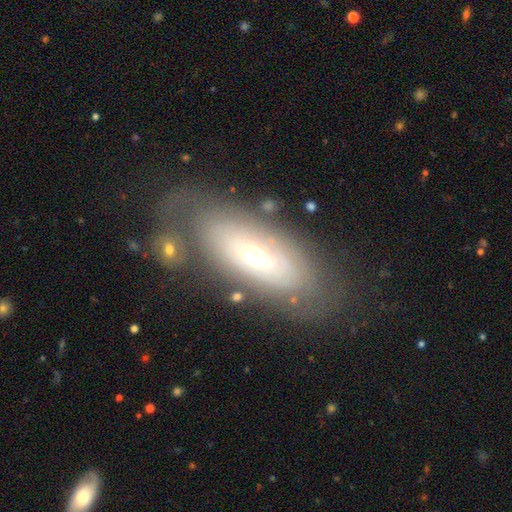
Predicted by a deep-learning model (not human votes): A featured or disk galaxy (55%). Merging: none (66%).